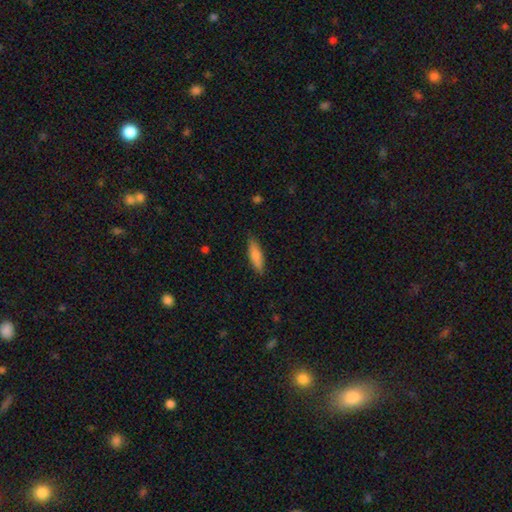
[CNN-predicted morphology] type=smooth (81%); roundness=cigar-shaped (59%); merging=none (85%).